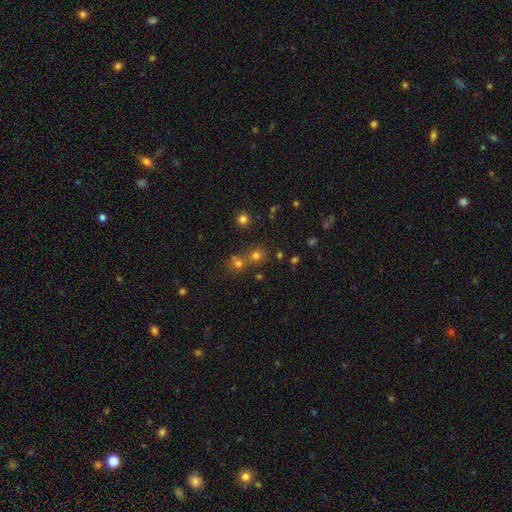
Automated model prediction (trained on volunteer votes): Smooth or featured: smooth — 59% (star or artifact — 32%)
How rounded: round — 87% (in between — 12%)
Merging: none — 57% (merger — 34%)